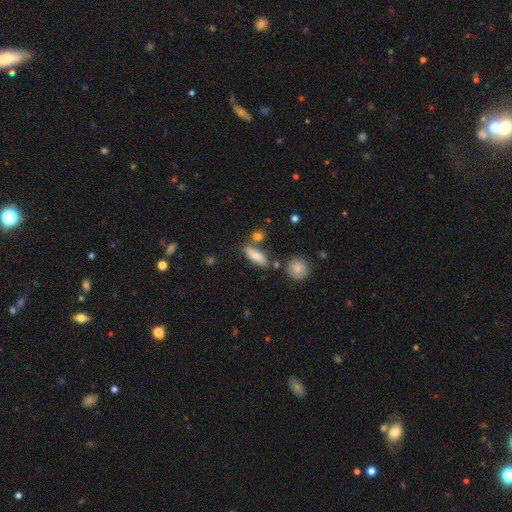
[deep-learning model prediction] Smooth or featured?
  - smooth: 75% *
  - featured or disk: 18%
  - star or artifact: 8%
How rounded?
  - in between: 67% *
  - cigar-shaped: 29%
  - round: 4%
Merging?
  - none: 72% *
  - minor disturbance: 13%
  - merger: 12%
  - major disturbance: 4%